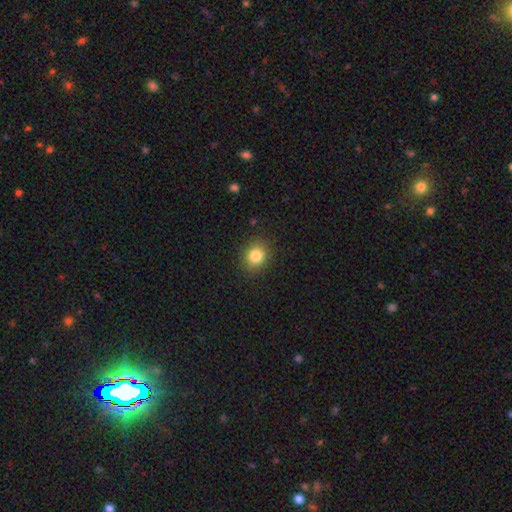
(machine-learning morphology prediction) A smooth galaxy with no disk features (84%) that is round (64%). Merging: none (88%).